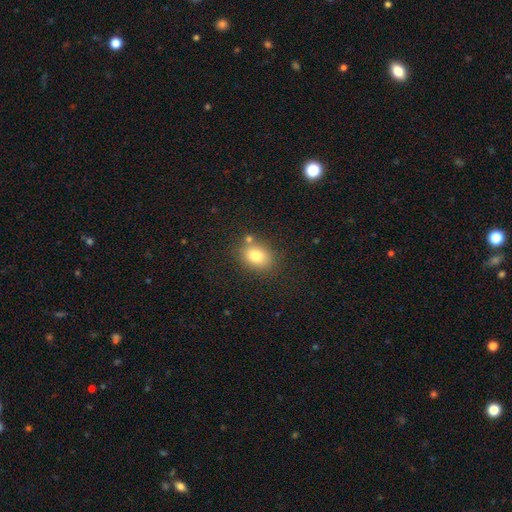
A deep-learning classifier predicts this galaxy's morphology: A smooth galaxy with no disk features (80%) that is in between round and cigar-shaped (60%).

Vote fractions:
- Smooth or featured? smooth: 80% / star or artifact: 10% / featured or disk: 10%
- How rounded? in between: 60% / round: 38% / cigar-shaped: 1%
- Merging? none: 74% / minor disturbance: 13% / merger: 10% / major disturbance: 4%